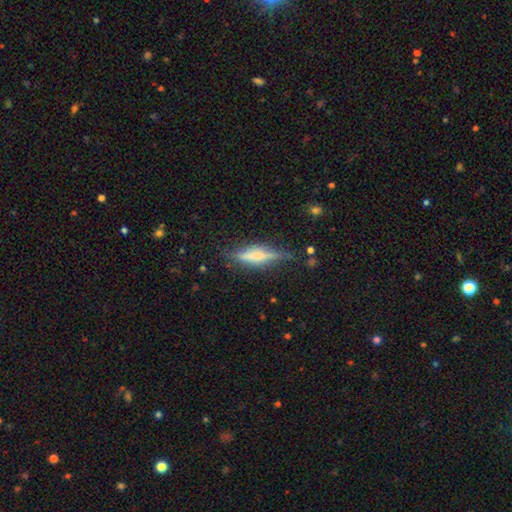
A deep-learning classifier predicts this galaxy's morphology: This appears to be a featured or disk galaxy (55%) viewed edge-on (92%) with a rounded central bulge (50%). Merging: none (72%).